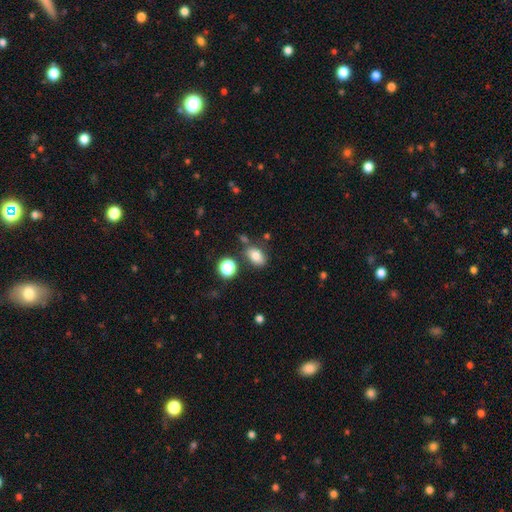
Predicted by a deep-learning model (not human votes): A smooth galaxy with no disk features (78%) that is in between round and cigar-shaped (79%).

Vote fractions:
- Smooth or featured? smooth: 78% / star or artifact: 11% / featured or disk: 11%
- How rounded? in between: 79% / round: 19% / cigar-shaped: 2%
- Merging? none: 74% / minor disturbance: 14% / merger: 8% / major disturbance: 4%